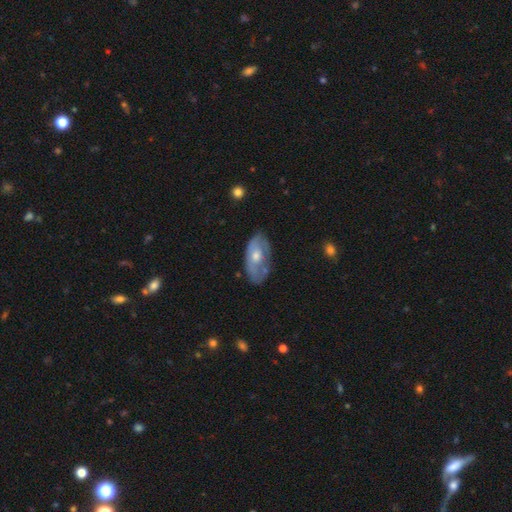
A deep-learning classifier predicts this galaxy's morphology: type=featured or disk (56%); edge-on=no (89%); merging=none (61%).